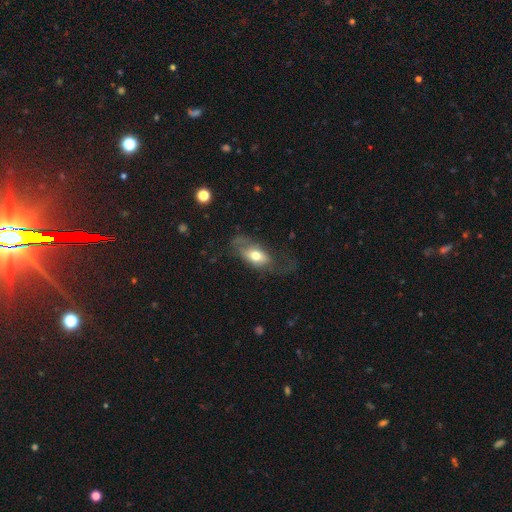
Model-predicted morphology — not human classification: smooth-or-featured: smooth: 57% | featured or disk: 35% | star or artifact: 7%
  how-rounded: in between: 85% | round: 8% | cigar-shaped: 7%
  merging: none: 37% | major disturbance: 36% | minor disturbance: 24% | merger: 2%